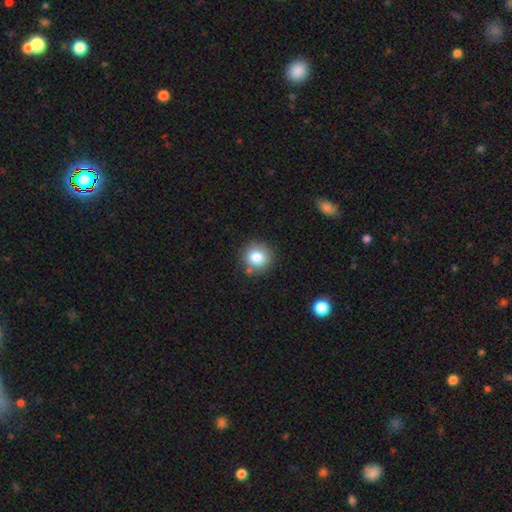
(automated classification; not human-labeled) smooth 81%, star or artifact 11%, featured or disk 8%. Down the decision tree: how rounded — round (92%); merging — none (85%).